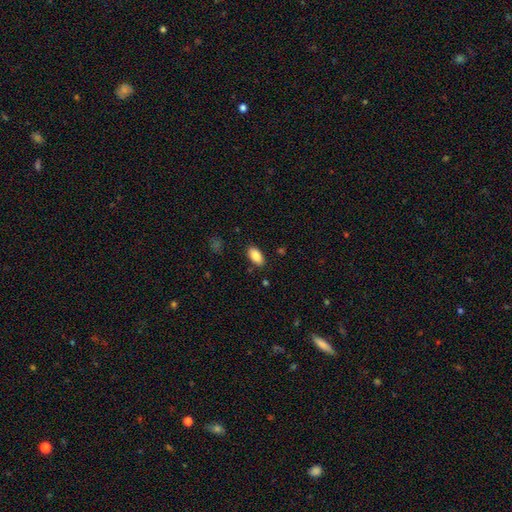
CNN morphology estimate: A smooth galaxy with no disk features (87%) that is in between round and cigar-shaped (93%).

Vote fractions:
- Smooth or featured? smooth: 87% / star or artifact: 7% / featured or disk: 6%
- How rounded? in between: 93% / cigar-shaped: 5% / round: 3%
- Merging? none: 86% / minor disturbance: 10% / major disturbance: 2% / merger: 2%